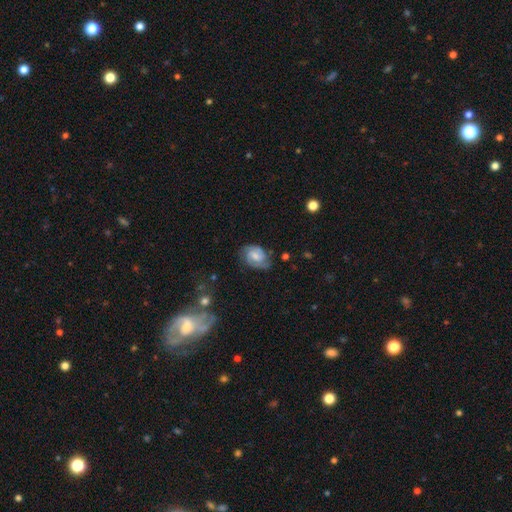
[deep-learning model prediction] featured or disk 60%, smooth 32%, star or artifact 8%. Down the decision tree: edge-on disk — no (97%); bar — weak (52%); spiral arms — yes (89%); spiral arm count — 2 (69%); spiral winding — medium (44%); bulge size — moderate (41%, tied with small); merging — none (66%).